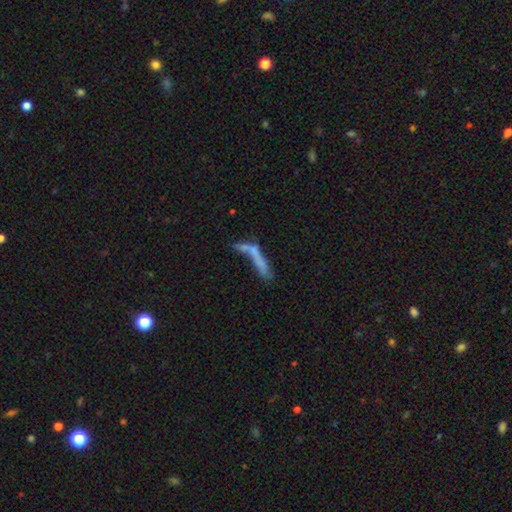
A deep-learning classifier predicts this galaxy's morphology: Q: Smooth or featured?
A: smooth (51%); runner-up: featured or disk (35%)
Q: How rounded?
A: cigar-shaped (85%); runner-up: in between (13%)
Q: Merging?
A: merger (39%); runner-up: none (30%)